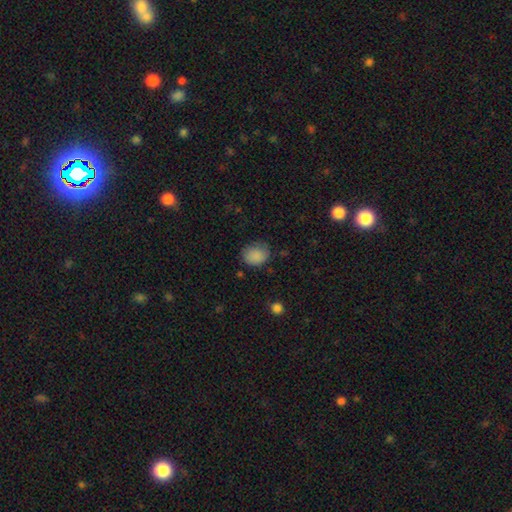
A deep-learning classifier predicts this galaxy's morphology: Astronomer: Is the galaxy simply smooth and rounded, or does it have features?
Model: smooth — 86%.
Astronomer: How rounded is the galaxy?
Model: round — 54% (runner-up: in between, 45%).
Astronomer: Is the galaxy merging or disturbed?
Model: none — 68%.